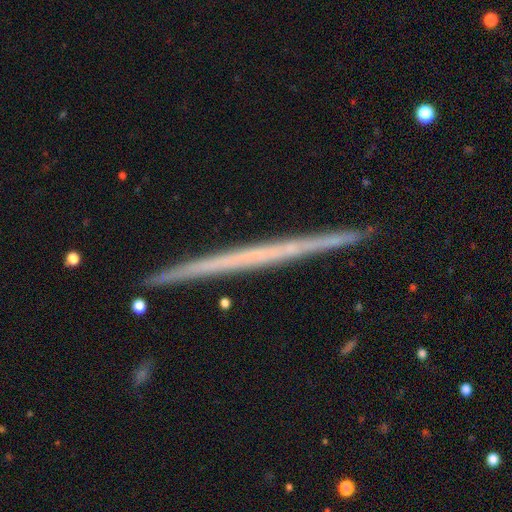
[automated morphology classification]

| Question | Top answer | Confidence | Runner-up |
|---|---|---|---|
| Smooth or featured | featured or disk | 65% | smooth (27%) |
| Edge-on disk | yes | 98% | no (2%) |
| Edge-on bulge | none | 93% | rounded (5%) |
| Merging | none | 91% | minor disturbance (6%) |